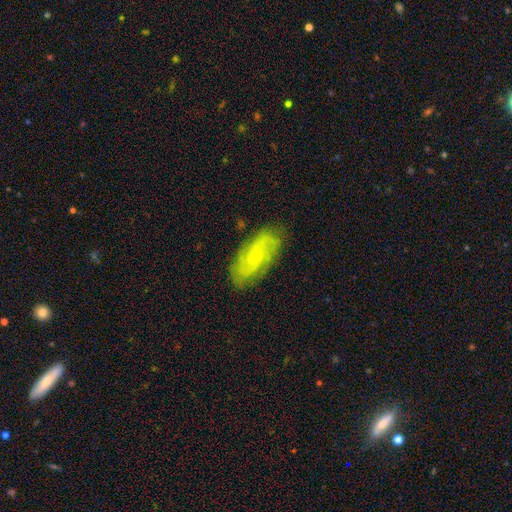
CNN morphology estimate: A featured or disk galaxy (72%) with no bar (71%), 2 (54%) medium (43%) spiral arms (91%) and a small central bulge (81%). Merging: none (80%).